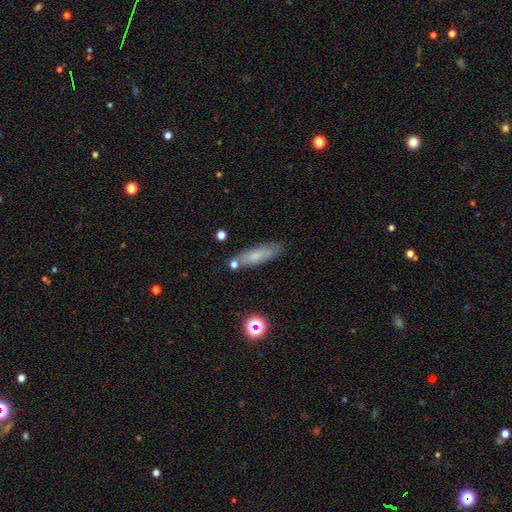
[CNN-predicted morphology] smooth 70%, featured or disk 20%, star or artifact 10%. Down the decision tree: how rounded — cigar-shaped (62%); merging — none (75%).